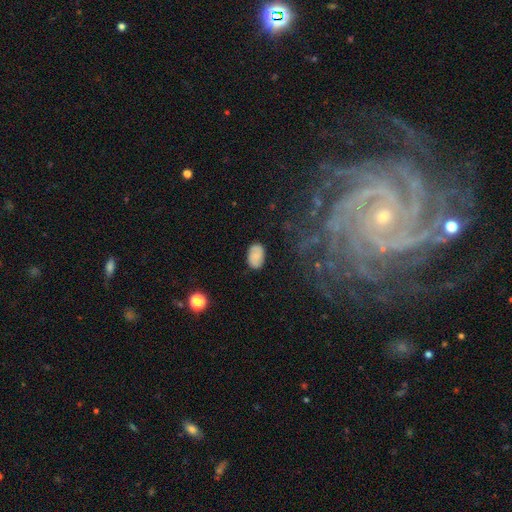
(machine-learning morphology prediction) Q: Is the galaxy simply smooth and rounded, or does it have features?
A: smooth — 73%.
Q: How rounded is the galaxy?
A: in between — 89%.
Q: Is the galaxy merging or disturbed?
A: none — 79%.